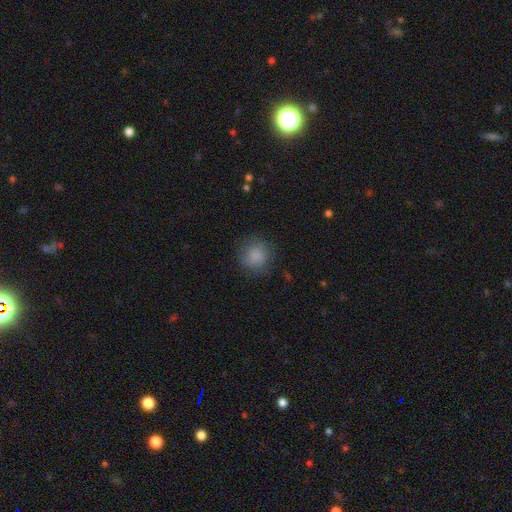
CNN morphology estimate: type=smooth (85%); roundness=round (91%); merging=none (80%).